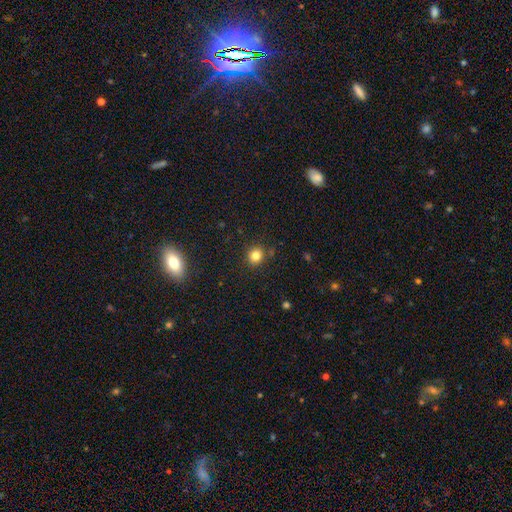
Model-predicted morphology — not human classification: type=smooth (81%); roundness=round (81%); merging=none (87%).